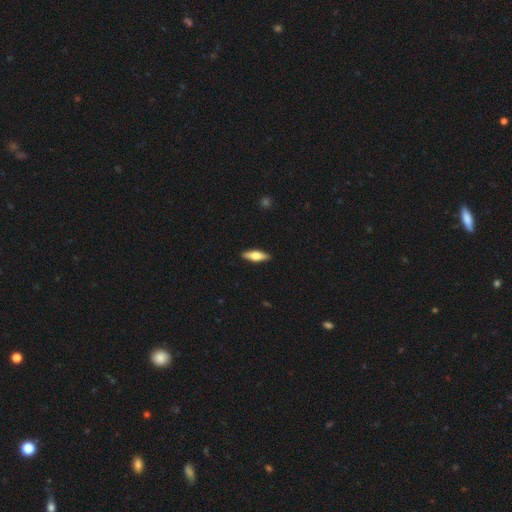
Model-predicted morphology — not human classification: Smooth or featured: smooth — 56% (featured or disk — 38%)
How rounded: cigar-shaped — 49% (tied with in between — 49%)
Merging: none — 91% (minor disturbance — 7%)